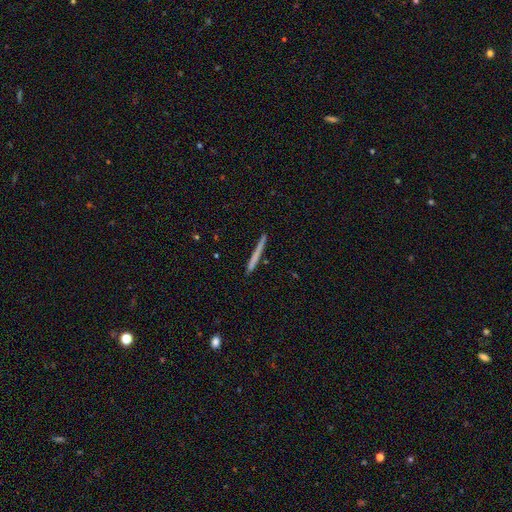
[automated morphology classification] A smooth galaxy with no disk features (62%) that is cigar-shaped (97%). Merging: none (91%).